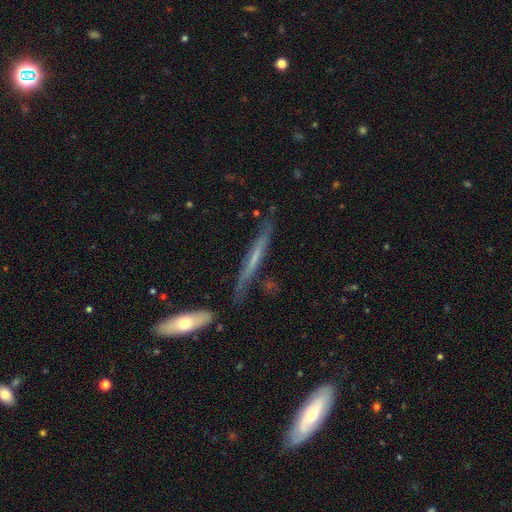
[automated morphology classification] type=featured or disk (59%); edge-on=yes (82%); merging=none (74%).